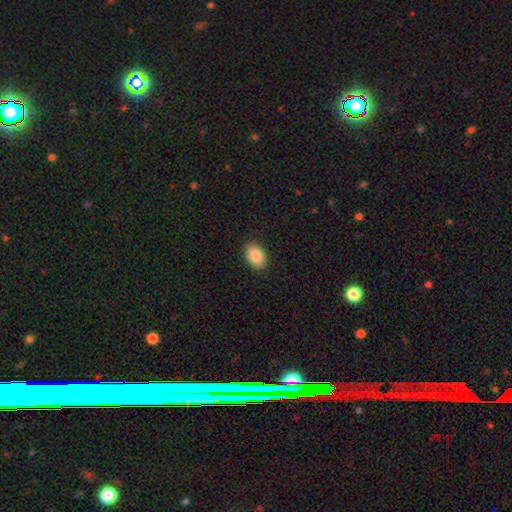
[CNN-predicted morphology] type=smooth (88%); roundness=in between (90%); merging=none (89%).